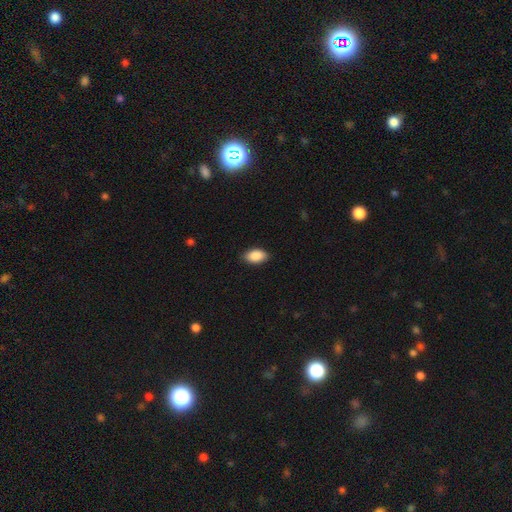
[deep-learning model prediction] This is clearly a smooth galaxy (89%). How rounded: clearly in between (93%). Merging: clearly none (86%).